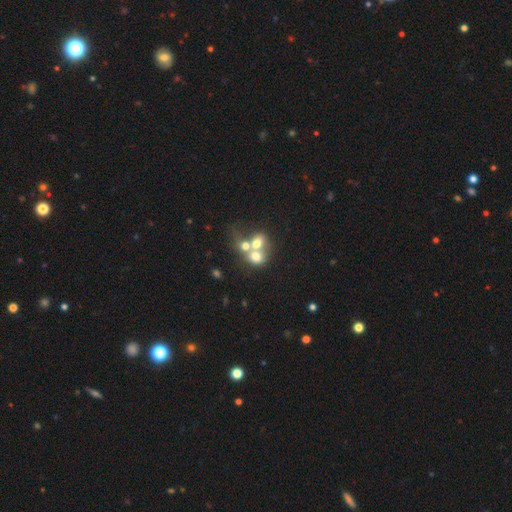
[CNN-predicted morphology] Smooth or featured? Predicted: smooth (p=0.61). How rounded? Predicted: round (p=0.60). Merging? Predicted: merger (p=0.68).